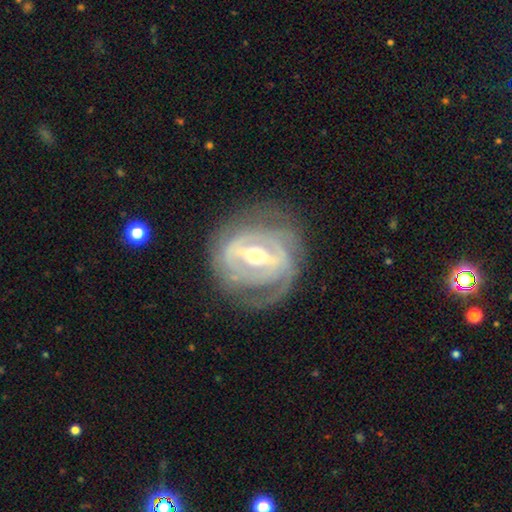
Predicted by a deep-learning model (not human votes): This is clearly a featured or disk galaxy (89%). It is clearly not viewed edge-on (94%). Bar: likely strong (69%). Spiral arm pattern: clearly yes (89%). Spiral arm count: marginally 2 (31%). Spiral winding: likely tight (67%). Central bulge: likely moderate (65%). Merging: likely none (72%).